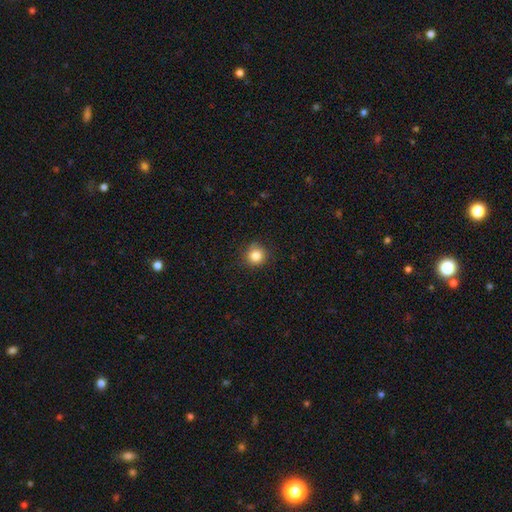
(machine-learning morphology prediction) smooth 84%, star or artifact 11%, featured or disk 5%. Down the decision tree: how rounded — round (93%); merging — none (88%).